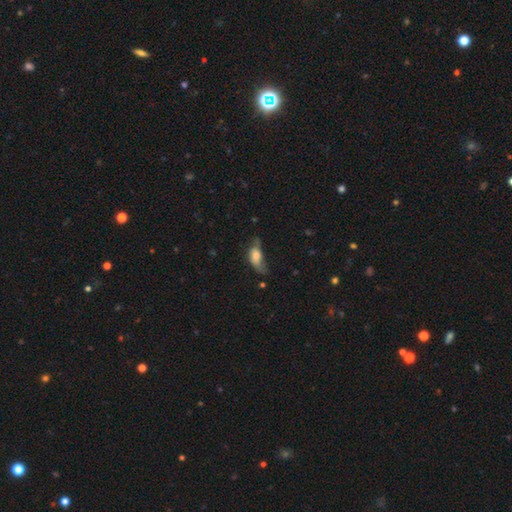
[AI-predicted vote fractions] The model was most divided on "merging": minor disturbance: 34%, none: 31%, major disturbance: 30%, merger: 4%. More confident: how rounded — in between (81%); smooth or featured — smooth (63%).